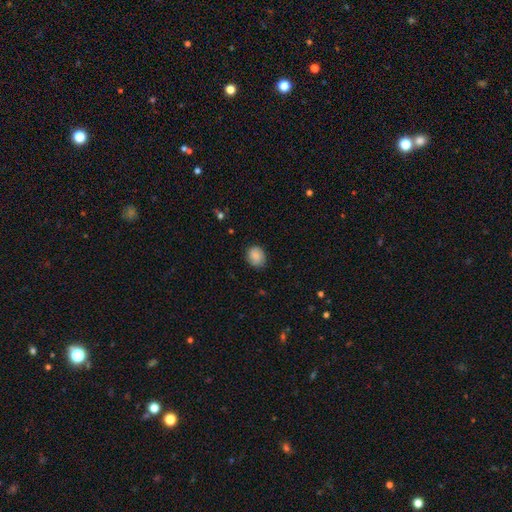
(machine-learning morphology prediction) The model was most divided on "how rounded": round: 63%, in between: 36%, cigar-shaped: 1%. More confident: smooth or featured — smooth (83%); merging — none (81%).